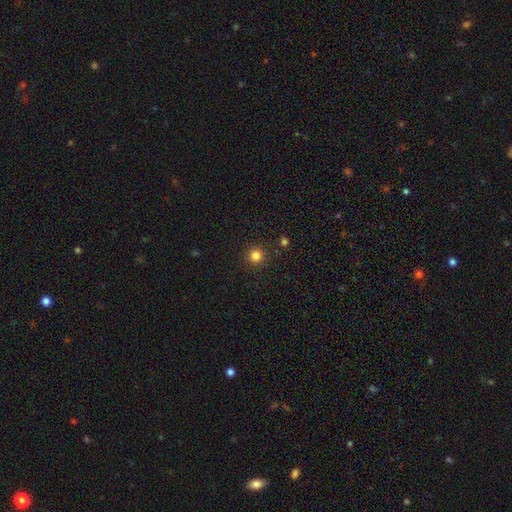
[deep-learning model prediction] Smooth or featured: smooth — 82% (star or artifact — 13%)
How rounded: round — 95% (in between — 4%)
Merging: none — 91% (minor disturbance — 5%)